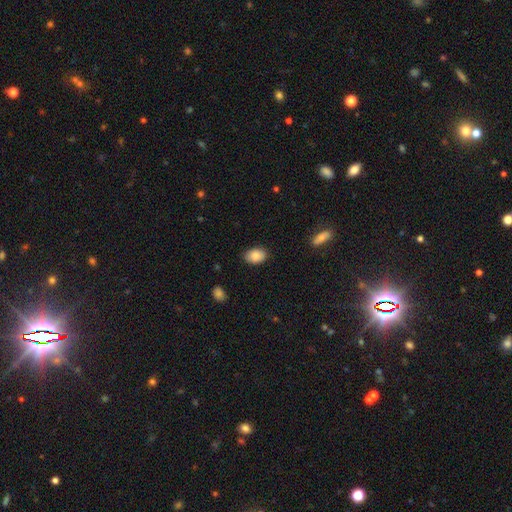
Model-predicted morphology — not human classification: This appears to be a smooth galaxy with no disk features (87%) that is in between round and cigar-shaped (83%). Merging: none (84%).